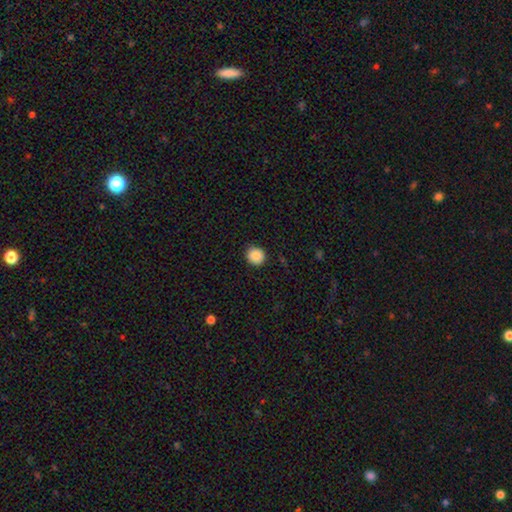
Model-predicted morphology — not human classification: A smooth galaxy with no disk features (88%) that is round (89%).

Vote fractions:
- Smooth or featured? smooth: 88% / star or artifact: 9% / featured or disk: 3%
- How rounded? round: 89% / in between: 10% / cigar-shaped: 1%
- Merging? none: 91% / minor disturbance: 6% / major disturbance: 2% / merger: 1%